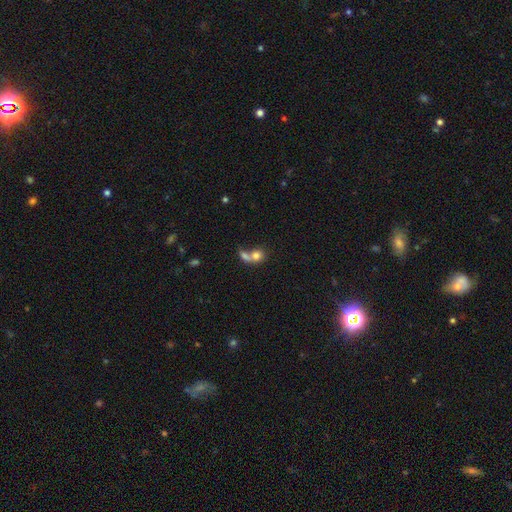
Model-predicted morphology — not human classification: type=smooth (73%); roundness=round (64%); merging=merger (65%).